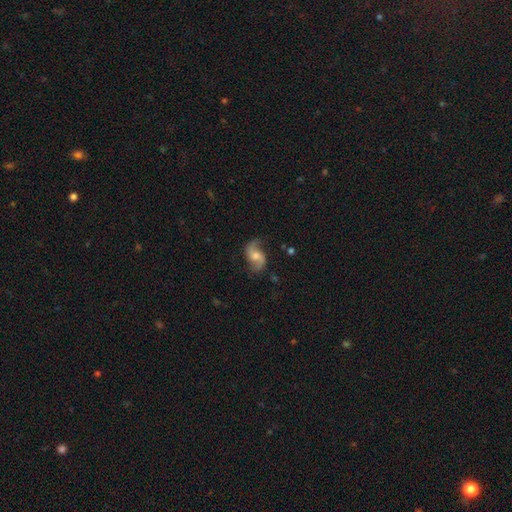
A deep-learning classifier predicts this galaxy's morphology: type=featured or disk (78%); edge-on=no (97%); bar=no (52%); spiral arms=yes (95%); winding=loose (71%); arm count=2 (92%); bulge=moderate (53%); merging=none (75%).